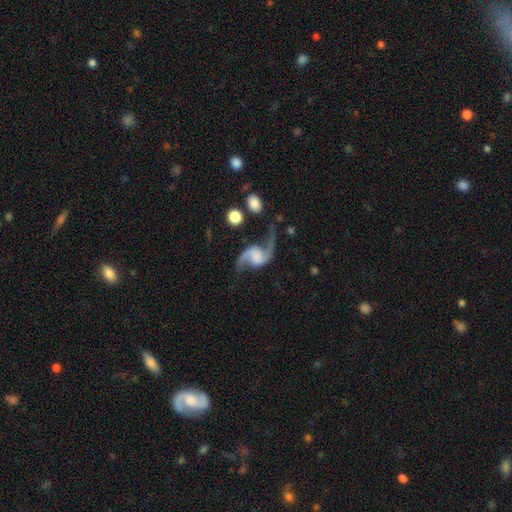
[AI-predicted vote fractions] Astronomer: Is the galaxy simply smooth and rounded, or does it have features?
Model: featured or disk — 90%.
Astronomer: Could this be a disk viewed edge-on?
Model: no — 98%.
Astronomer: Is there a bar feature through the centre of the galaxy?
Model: no — 52% (runner-up: weak, 36%).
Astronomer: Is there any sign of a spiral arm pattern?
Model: yes — 97%.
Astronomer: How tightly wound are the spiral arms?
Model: loose — 82%.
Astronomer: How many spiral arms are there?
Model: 2 — 94%.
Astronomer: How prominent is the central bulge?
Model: none — 43%.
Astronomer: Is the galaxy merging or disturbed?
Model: none — 69%.